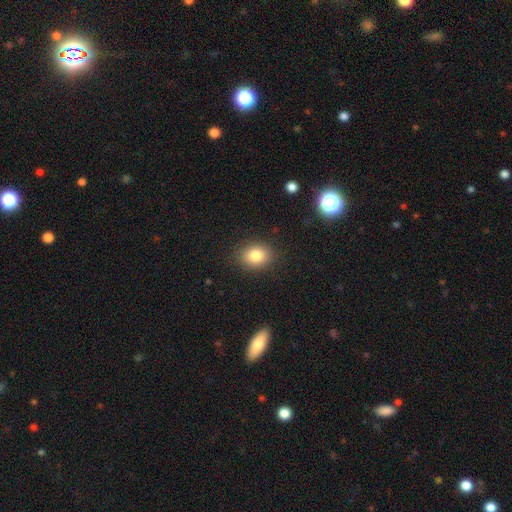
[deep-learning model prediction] smooth 83%, star or artifact 10%, featured or disk 8%. Down the decision tree: how rounded — in between (55%); merging — none (87%).